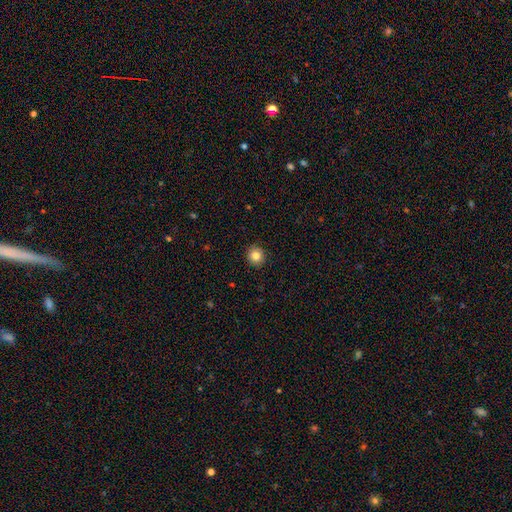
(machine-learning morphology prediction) Smooth or featured: smooth — 85% (star or artifact — 10%)
How rounded: round — 91% (in between — 8%)
Merging: none — 92% (minor disturbance — 6%)